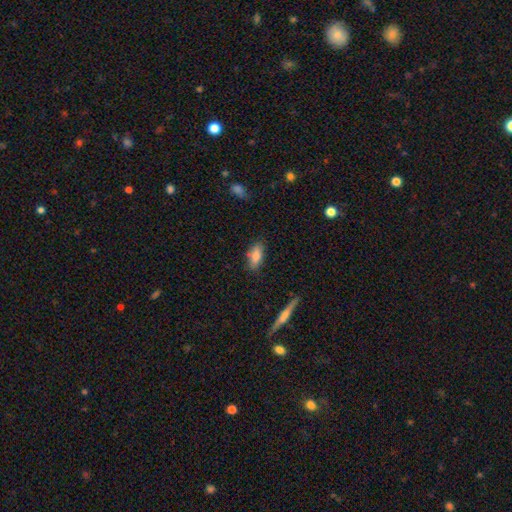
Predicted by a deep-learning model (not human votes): smooth-or-featured: smooth: 82% | featured or disk: 11% | star or artifact: 7%
  how-rounded: in between: 80% | cigar-shaped: 17% | round: 3%
  merging: none: 80% | minor disturbance: 14% | major disturbance: 3% | merger: 3%